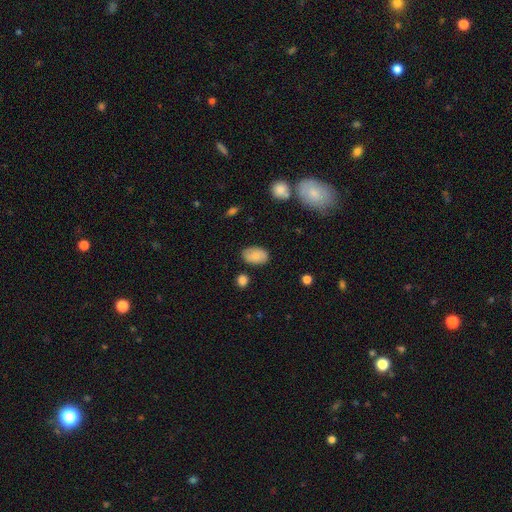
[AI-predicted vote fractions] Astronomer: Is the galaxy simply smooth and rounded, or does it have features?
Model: smooth — 80%.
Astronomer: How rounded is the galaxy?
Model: in between — 91%.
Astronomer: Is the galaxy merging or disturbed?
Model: none — 82%.